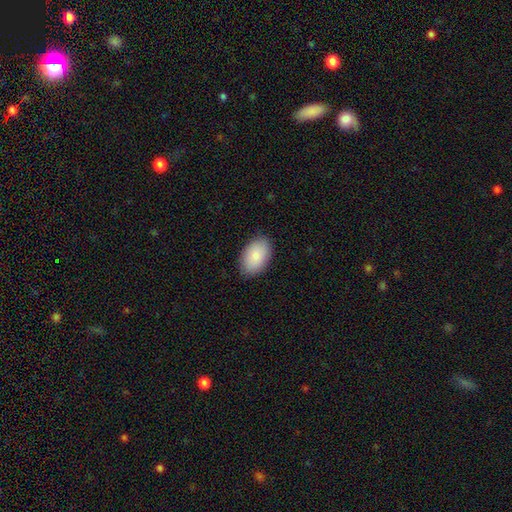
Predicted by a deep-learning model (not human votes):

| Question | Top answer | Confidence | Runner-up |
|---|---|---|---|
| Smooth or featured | smooth | 85% | featured or disk (9%) |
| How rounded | in between | 93% | round (6%) |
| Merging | none | 86% | minor disturbance (10%) |